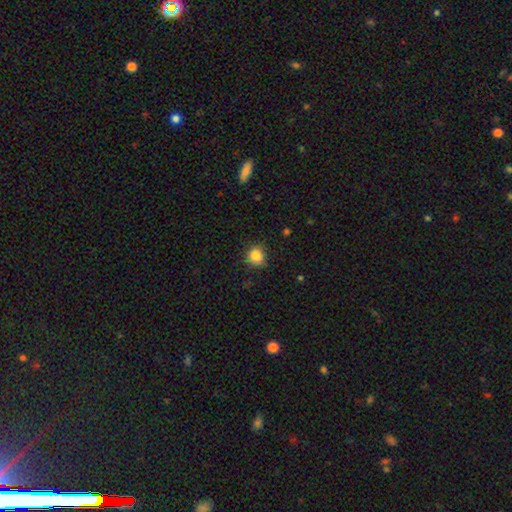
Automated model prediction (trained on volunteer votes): The model was most divided on "how rounded": round: 76%, in between: 23%, cigar-shaped: 1%. More confident: smooth or featured — smooth (86%); merging — none (79%).